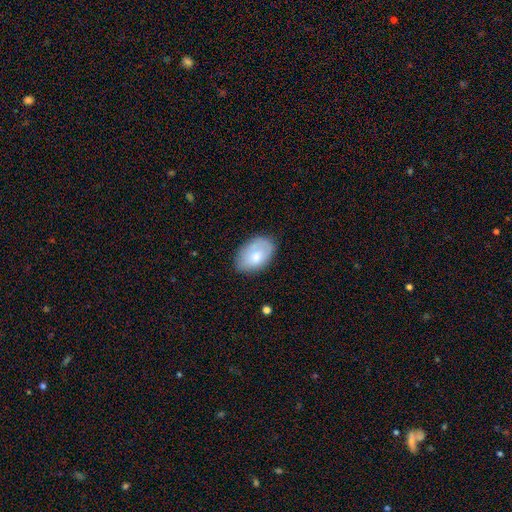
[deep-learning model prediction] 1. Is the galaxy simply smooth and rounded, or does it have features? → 73% smooth, 21% featured or disk, 6% star or artifact.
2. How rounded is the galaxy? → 90% in between, 9% round, 1% cigar-shaped.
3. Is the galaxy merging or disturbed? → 73% none, 21% minor disturbance, 5% major disturbance, 1% merger.